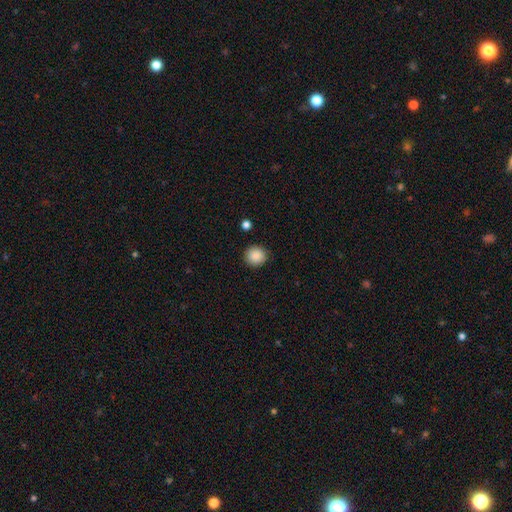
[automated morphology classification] smooth-or-featured: smooth: 89% | star or artifact: 9% | featured or disk: 3%
  how-rounded: round: 92% | in between: 7% | cigar-shaped: 1%
  merging: none: 90% | minor disturbance: 7% | major disturbance: 2% | merger: 1%